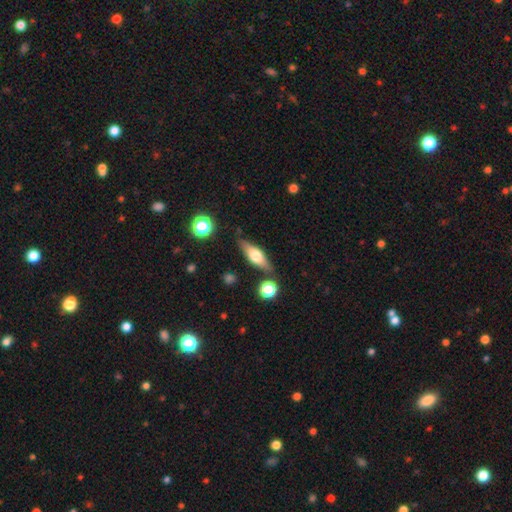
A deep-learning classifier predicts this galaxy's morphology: smooth 50%, featured or disk 42%, star or artifact 7%. Down the decision tree: how rounded — in between (54%); merging — none (78%).